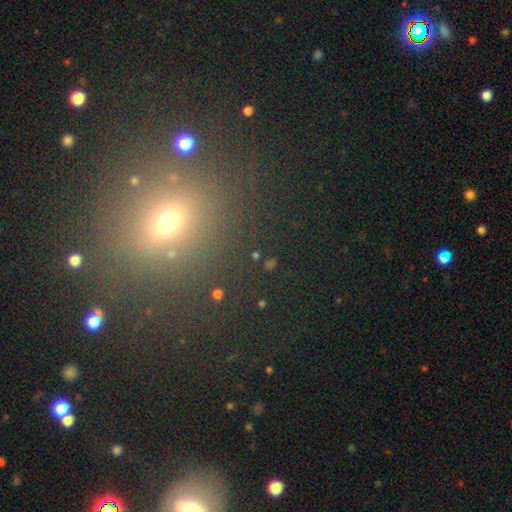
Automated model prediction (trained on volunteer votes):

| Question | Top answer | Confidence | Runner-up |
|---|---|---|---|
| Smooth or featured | star or artifact | 46% | smooth (42%) |